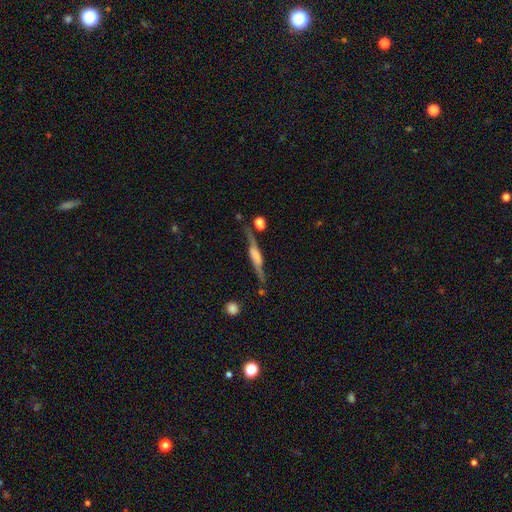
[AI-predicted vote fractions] The model was most divided on "edge-on bulge": boxy: 47%, rounded: 43%, none: 11%. More confident: edge-on disk — yes (89%); smooth or featured — featured or disk (73%); merging — none (68%).